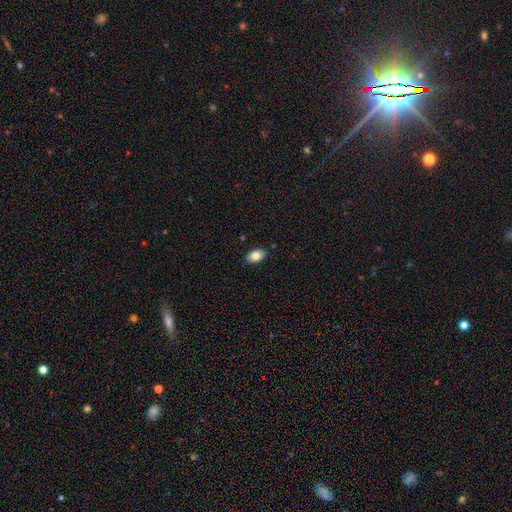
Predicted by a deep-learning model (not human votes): smooth 83%, featured or disk 10%, star or artifact 7%. Down the decision tree: how rounded — in between (92%); merging — none (88%).